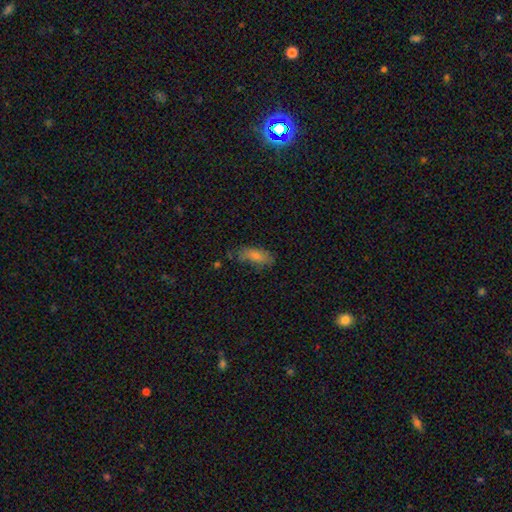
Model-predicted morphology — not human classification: Smooth or featured?
  - smooth: 68% *
  - featured or disk: 22%
  - star or artifact: 10%
How rounded?
  - in between: 73% *
  - cigar-shaped: 23%
  - round: 3%
Merging?
  - none: 65% *
  - minor disturbance: 26%
  - major disturbance: 6%
  - merger: 3%